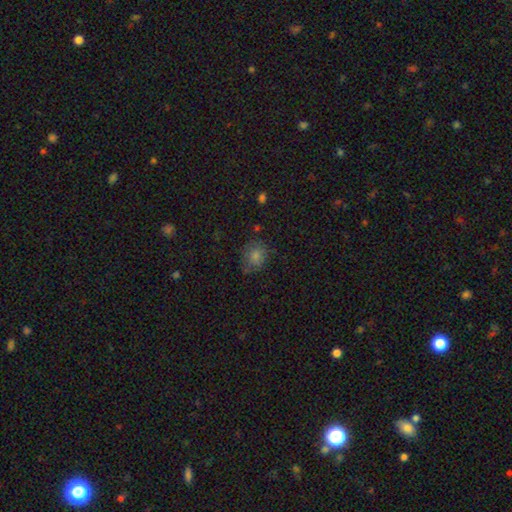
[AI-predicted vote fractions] smooth 73%, star or artifact 18%, featured or disk 9%. Down the decision tree: how rounded — round (73%); merging — none (76%).